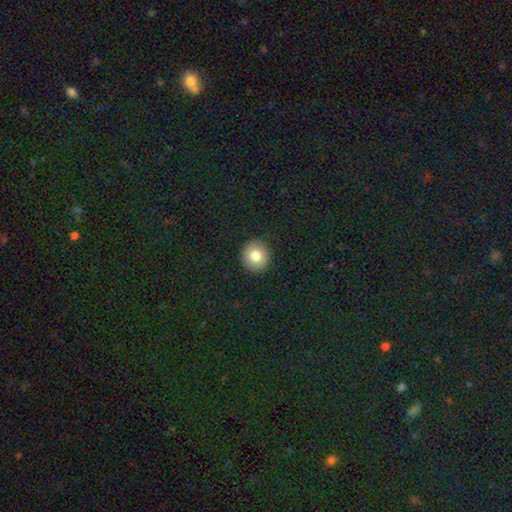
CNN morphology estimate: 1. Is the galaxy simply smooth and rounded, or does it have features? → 79% smooth, 12% featured or disk, 10% star or artifact.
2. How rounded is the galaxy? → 91% round, 8% in between, 1% cigar-shaped.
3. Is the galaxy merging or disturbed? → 91% none, 6% minor disturbance, 2% major disturbance, 1% merger.